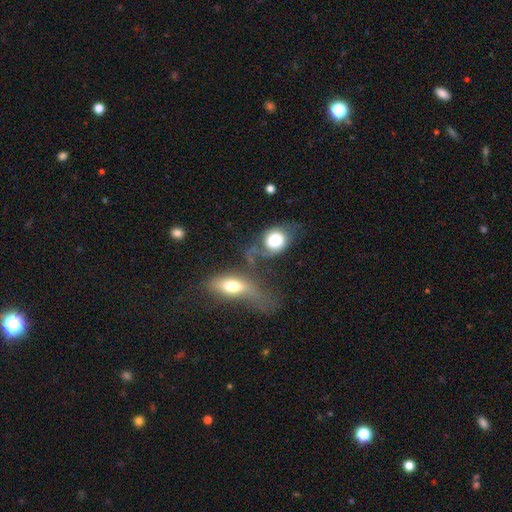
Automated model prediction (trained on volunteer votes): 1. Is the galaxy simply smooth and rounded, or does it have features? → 55% smooth, 28% featured or disk, 17% star or artifact.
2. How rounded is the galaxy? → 47% in between, 38% round, 15% cigar-shaped.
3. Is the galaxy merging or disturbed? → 35% none, 27% merger, 22% major disturbance, 16% minor disturbance.